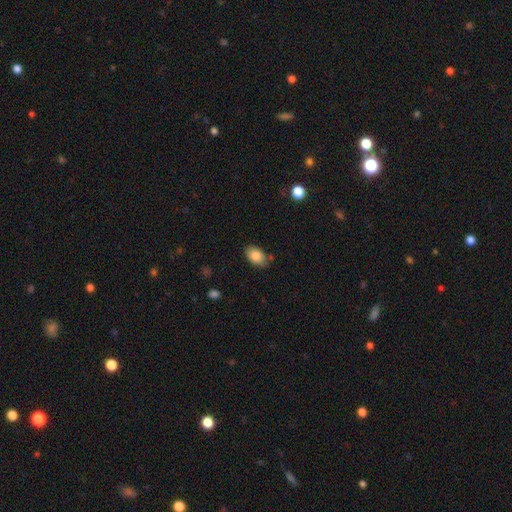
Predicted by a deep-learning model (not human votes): Smooth or featured?
  - smooth: 86% *
  - star or artifact: 7%
  - featured or disk: 7%
How rounded?
  - in between: 88% *
  - round: 11%
  - cigar-shaped: 1%
Merging?
  - none: 77% *
  - minor disturbance: 16%
  - merger: 4%
  - major disturbance: 3%